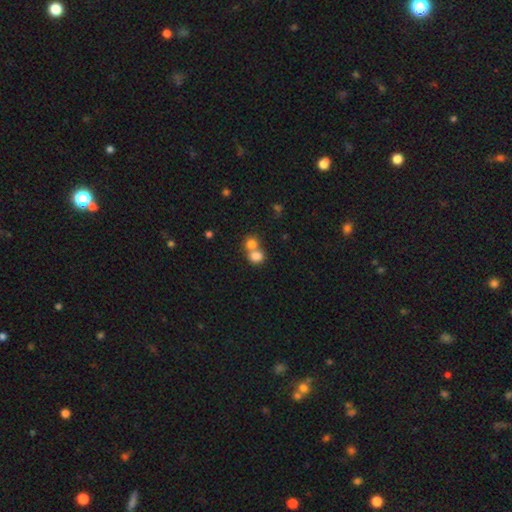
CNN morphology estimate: smooth_or_featured: smooth (p=0.80) [alt: star or artifact p=0.11]
how_rounded: round (p=0.67) [alt: in between p=0.32]
merging: merger (p=0.57) [alt: none p=0.34]